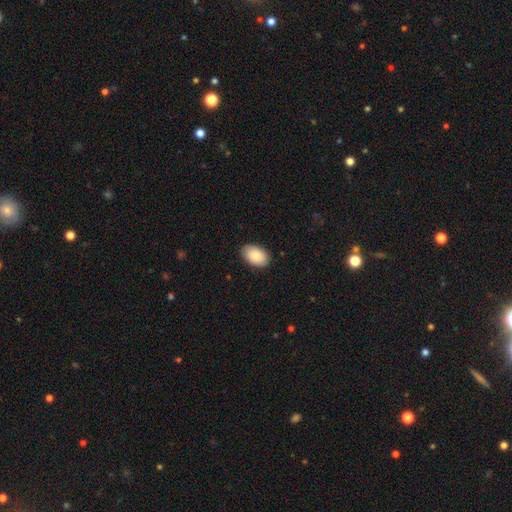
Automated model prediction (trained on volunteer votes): Smooth or featured? smooth (87%)
How rounded? in between (92%)
Merging? none (88%)